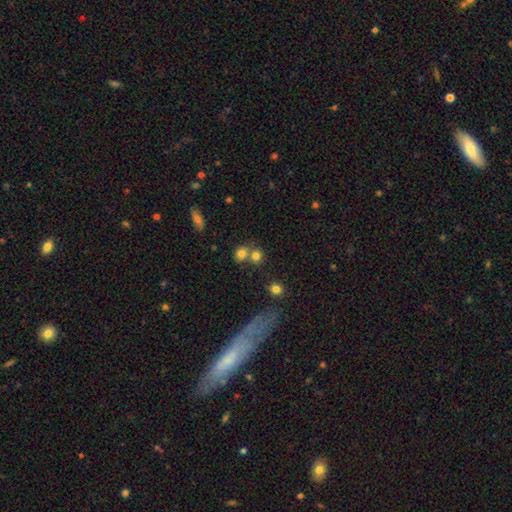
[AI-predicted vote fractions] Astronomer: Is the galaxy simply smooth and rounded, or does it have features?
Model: smooth — 77%.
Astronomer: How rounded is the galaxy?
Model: round — 82%.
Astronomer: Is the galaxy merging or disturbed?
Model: none — 51% (runner-up: merger, 37%).